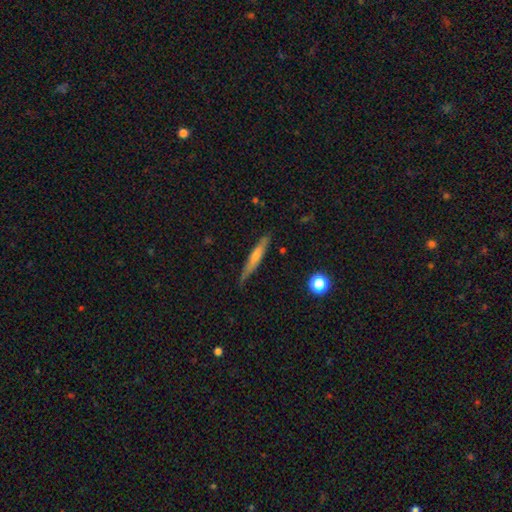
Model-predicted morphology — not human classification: This appears to be a featured or disk galaxy (47%). Merging: none (83%).